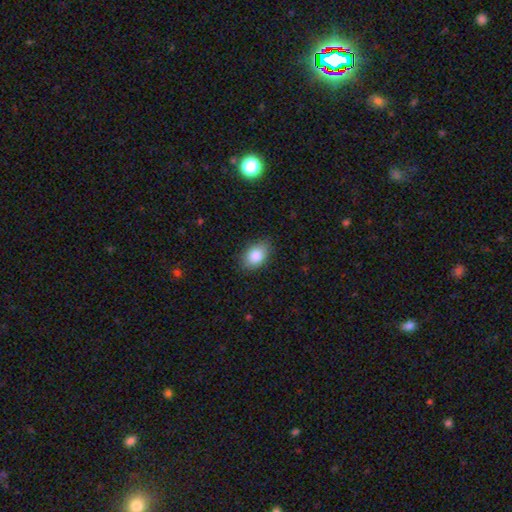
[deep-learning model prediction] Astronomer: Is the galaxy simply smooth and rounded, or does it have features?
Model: smooth — 85%.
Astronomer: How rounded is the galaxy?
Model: in between — 83%.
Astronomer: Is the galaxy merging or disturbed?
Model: none — 84%.